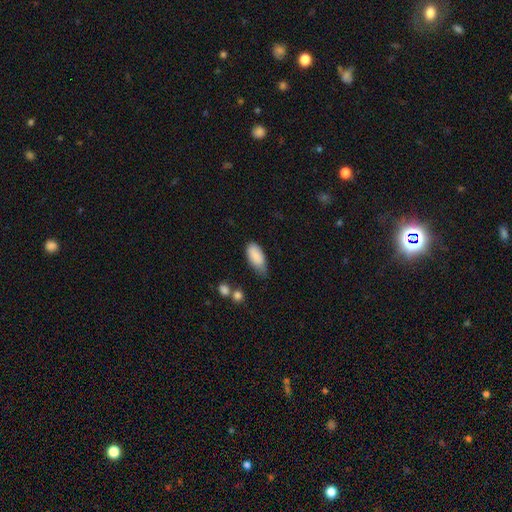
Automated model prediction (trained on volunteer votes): This is clearly a smooth galaxy (87%). How rounded: clearly in between (90%). Merging: marginally minor disturbance (44%).